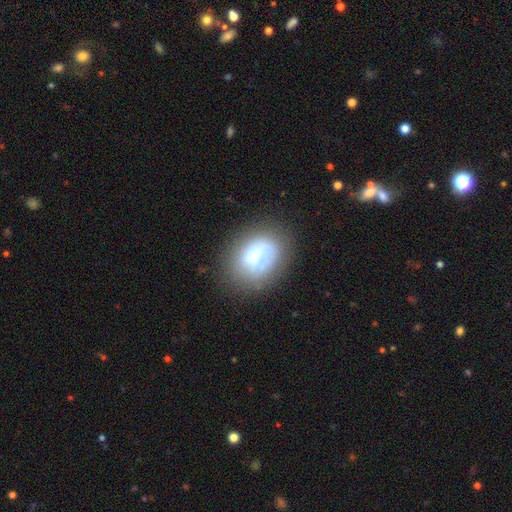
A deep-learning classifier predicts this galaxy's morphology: Overall: smooth (52%; featured or disk 37%). How rounded: in between (55%; round 44%). Merging: none (56%; minor disturbance 23%).